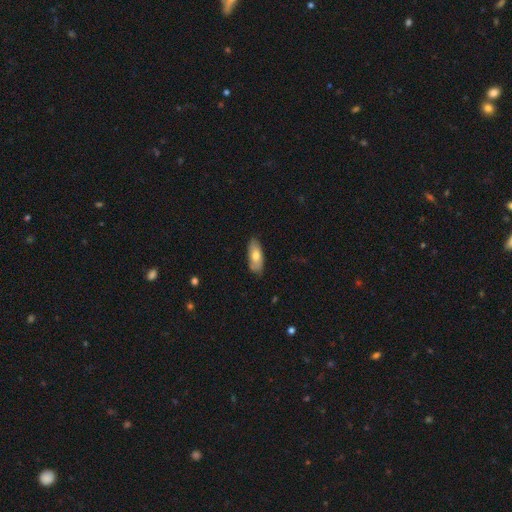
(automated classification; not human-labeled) Smooth or featured?
  - smooth: 69% *
  - featured or disk: 25%
  - star or artifact: 6%
How rounded?
  - in between: 80% *
  - cigar-shaped: 17%
  - round: 2%
Merging?
  - none: 78% *
  - minor disturbance: 18%
  - major disturbance: 3%
  - merger: 1%